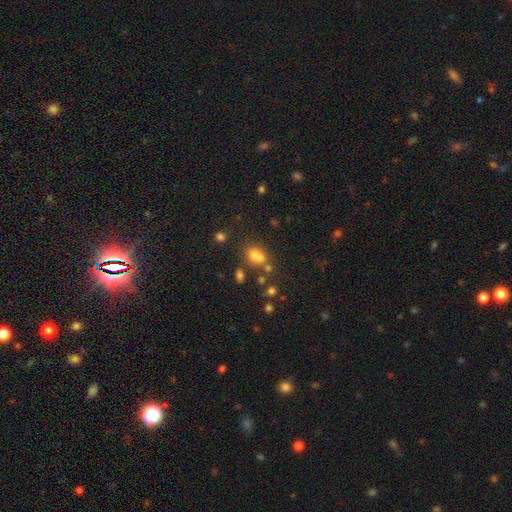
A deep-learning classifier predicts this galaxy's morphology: Q: Smooth or featured?
A: smooth (65%); runner-up: star or artifact (20%)
Q: How rounded?
A: in between (50%); runner-up: round (48%)
Q: Merging?
A: none (41%); tied with: merger (41%)